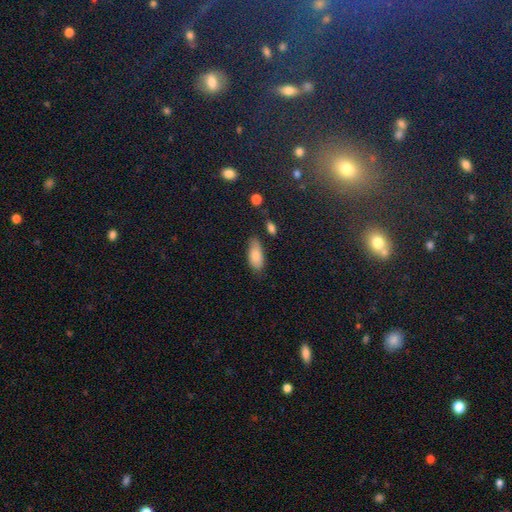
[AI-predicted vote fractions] smooth 82%, featured or disk 11%, star or artifact 7%. Down the decision tree: how rounded — in between (86%); merging — none (70%).